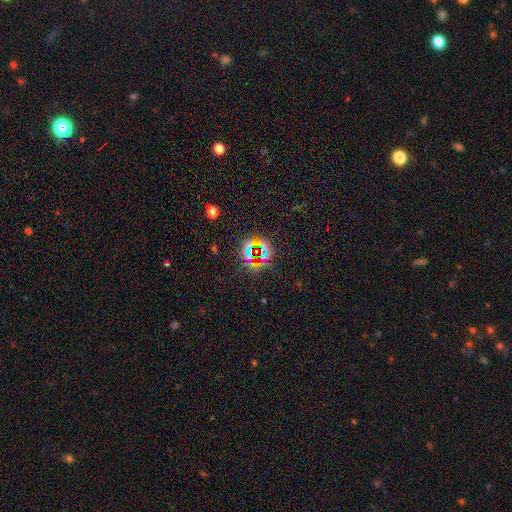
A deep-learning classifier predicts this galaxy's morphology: A star or artifact, not a galaxy (71%).